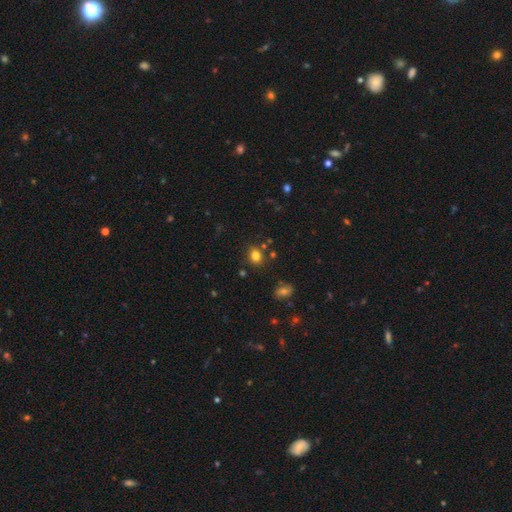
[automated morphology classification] Smooth or featured: smooth — 80% (star or artifact — 13%)
How rounded: round — 51% (in between — 48%)
Merging: none — 81% (minor disturbance — 11%)